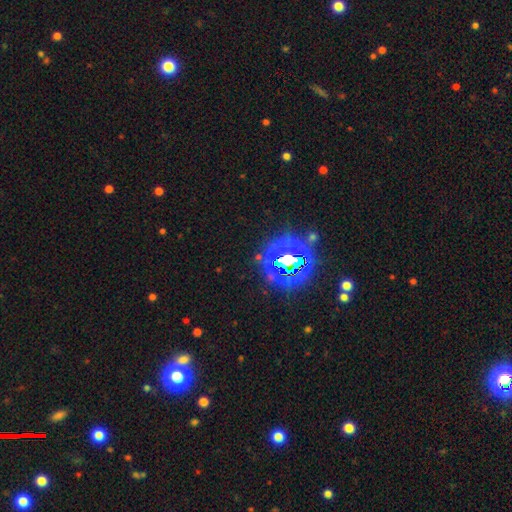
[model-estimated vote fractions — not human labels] A star or artifact, not a galaxy (85%).

Vote fractions:
- Smooth or featured? star or artifact: 85% / smooth: 9% / featured or disk: 6%